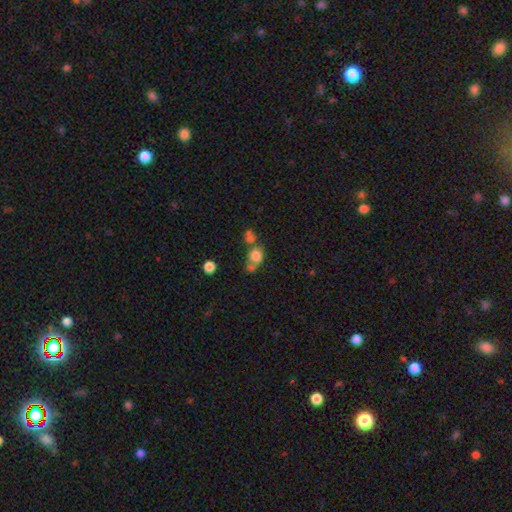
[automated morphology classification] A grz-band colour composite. It shows a smooth galaxy with no disk features (73%) that is round (68%). Merging: merger (45%).